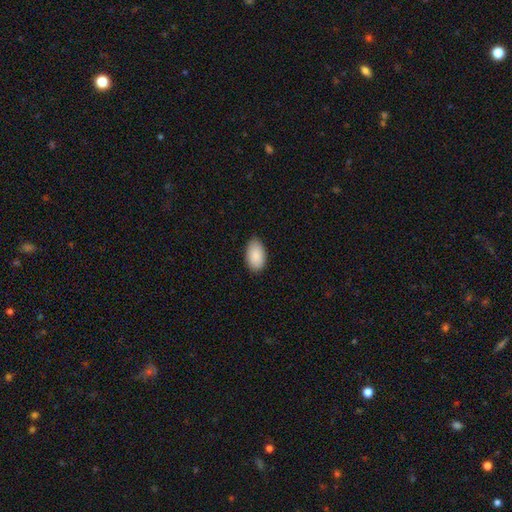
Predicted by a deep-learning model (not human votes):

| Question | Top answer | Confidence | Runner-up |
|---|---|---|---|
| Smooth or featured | smooth | 90% | star or artifact (6%) |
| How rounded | in between | 95% | round (4%) |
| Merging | none | 82% | minor disturbance (15%) |